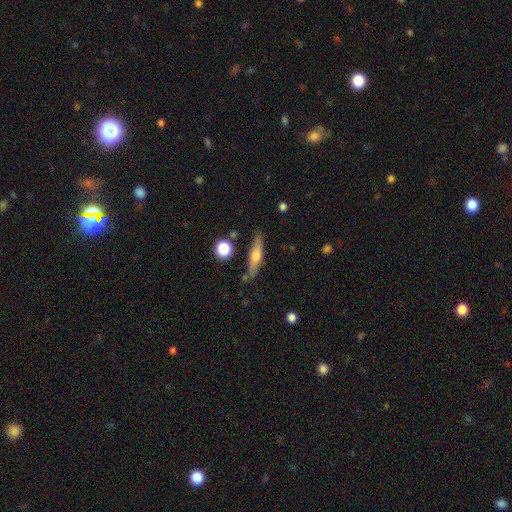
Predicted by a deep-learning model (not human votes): A featured or disk galaxy (48%). Merging: none (81%).